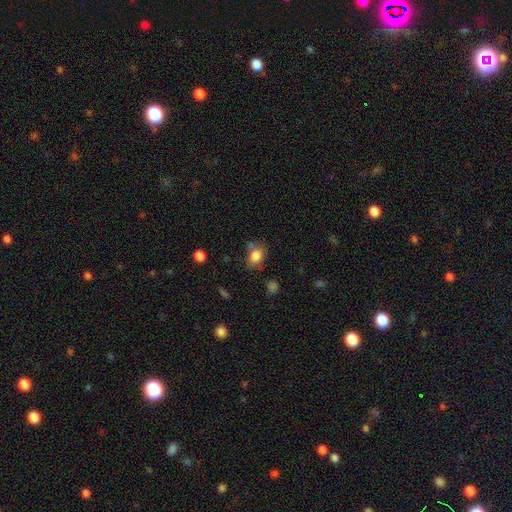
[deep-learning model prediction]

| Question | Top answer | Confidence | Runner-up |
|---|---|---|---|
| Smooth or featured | smooth | 81% | star or artifact (10%) |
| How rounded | in between | 61% | round (38%) |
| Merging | none | 61% | minor disturbance (24%) |